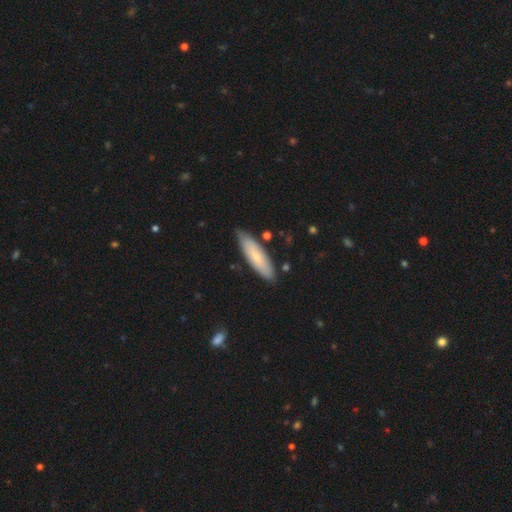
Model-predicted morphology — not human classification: smooth_or_featured: smooth (p=0.69) [alt: featured or disk p=0.25]
how_rounded: cigar-shaped (p=0.63) [alt: in between p=0.36]
merging: none (p=0.83) [alt: minor disturbance p=0.13]